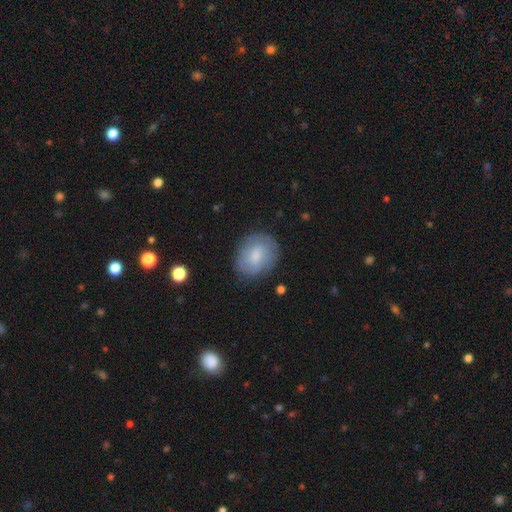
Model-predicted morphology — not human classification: Smooth or featured? smooth (66%)
How rounded? round (55%)
Merging? none (77%)